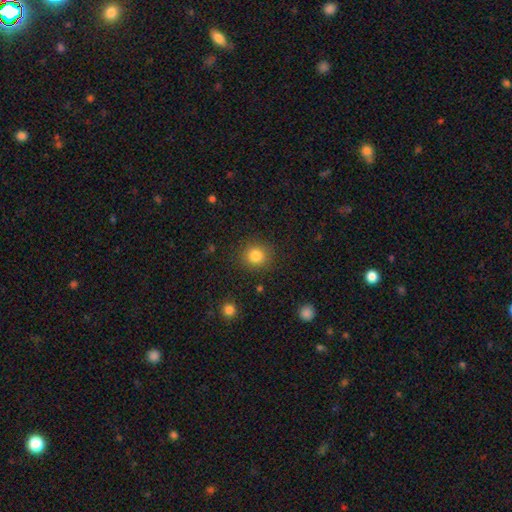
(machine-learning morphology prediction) Q: Smooth or featured?
A: smooth (83%); runner-up: star or artifact (11%)
Q: How rounded?
A: round (90%); runner-up: in between (9%)
Q: Merging?
A: none (88%); runner-up: minor disturbance (7%)